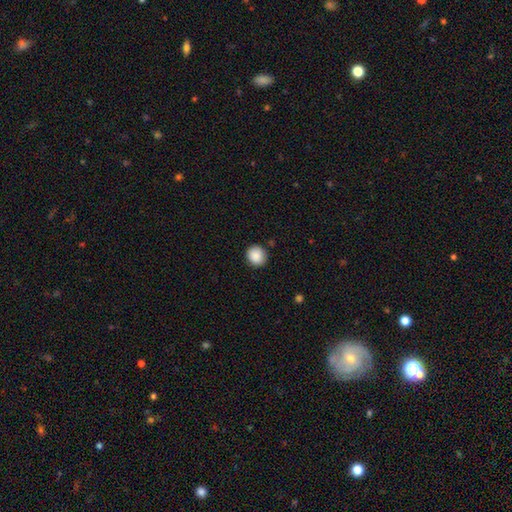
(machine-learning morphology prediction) A smooth galaxy with no disk features (88%) that is round (88%). Merging: none (88%).